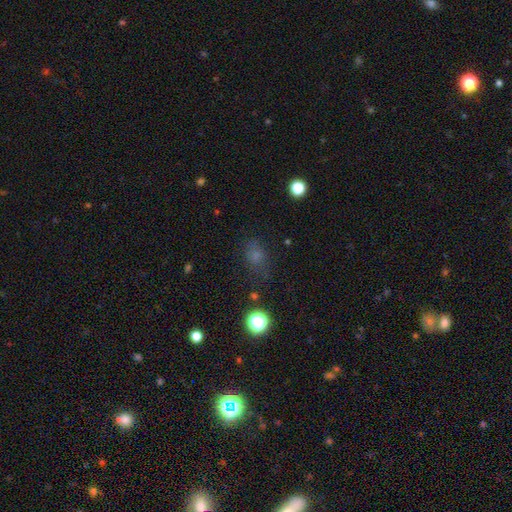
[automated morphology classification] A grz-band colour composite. It shows a smooth galaxy with no disk features (64%) that is in between round and cigar-shaped (53%). Merging: none (67%).